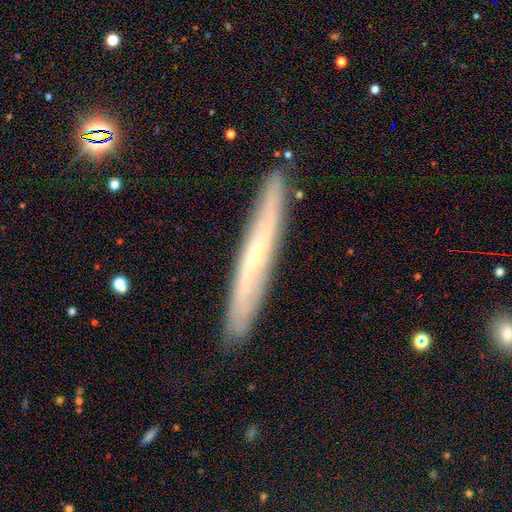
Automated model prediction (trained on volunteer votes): smooth-or-featured: featured or disk: 63% | smooth: 29% | star or artifact: 8%
  disk-edge-on: yes: 79% | no: 21%
  merging: none: 88% | minor disturbance: 9% | major disturbance: 2% | merger: 1%